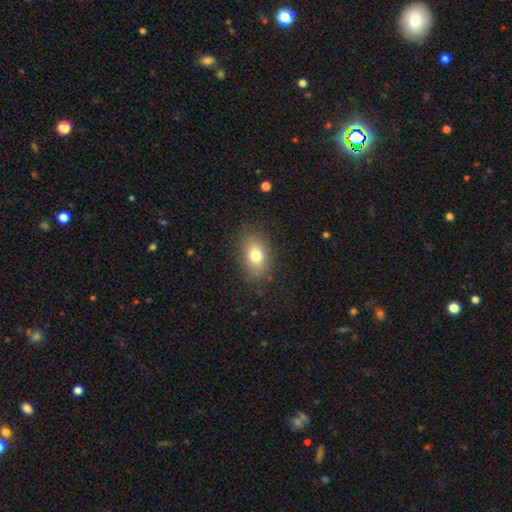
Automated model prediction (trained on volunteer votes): Overall: smooth (72%). How rounded: in between (78%). Merging: none (89%).